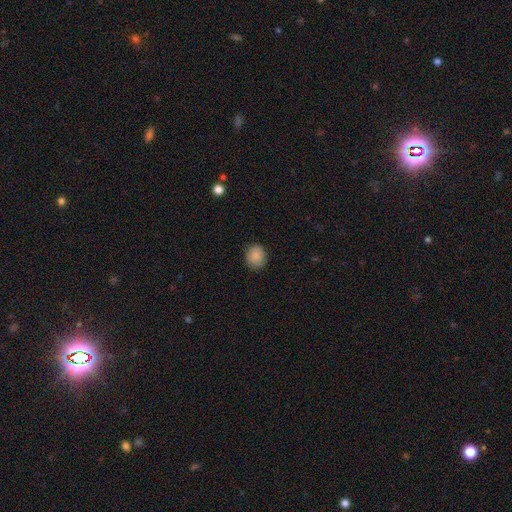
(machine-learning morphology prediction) Smooth or featured? smooth (87%)
How rounded? round (74%)
Merging? none (83%)